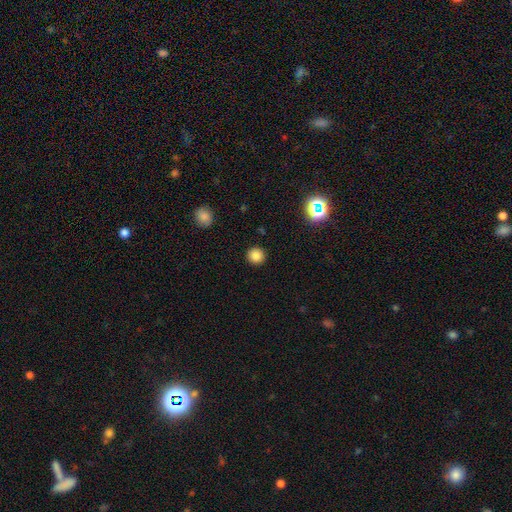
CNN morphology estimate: This is clearly a smooth galaxy (83%). How rounded: clearly round (94%). Merging: clearly none (92%).